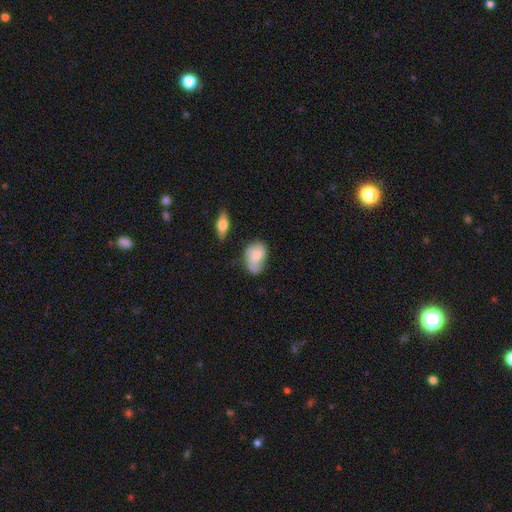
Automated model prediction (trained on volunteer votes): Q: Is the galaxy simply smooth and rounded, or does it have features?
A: smooth — 68%.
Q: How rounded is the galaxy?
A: in between — 85%.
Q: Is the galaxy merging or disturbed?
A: none — 52%.